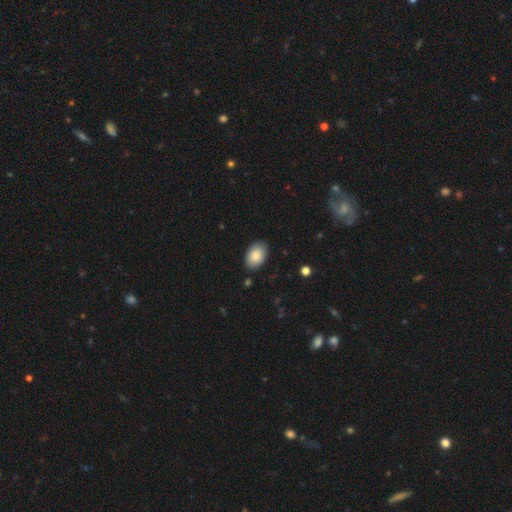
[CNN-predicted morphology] type=smooth (85%); roundness=in between (89%); merging=none (87%).